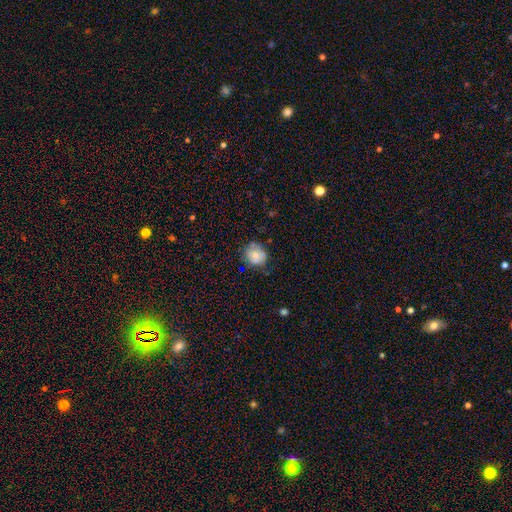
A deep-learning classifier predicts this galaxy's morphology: The model was most divided on "merging": none: 66%, minor disturbance: 26%, major disturbance: 6%, merger: 2%. More confident: how rounded — round (75%); smooth or featured — smooth (70%).